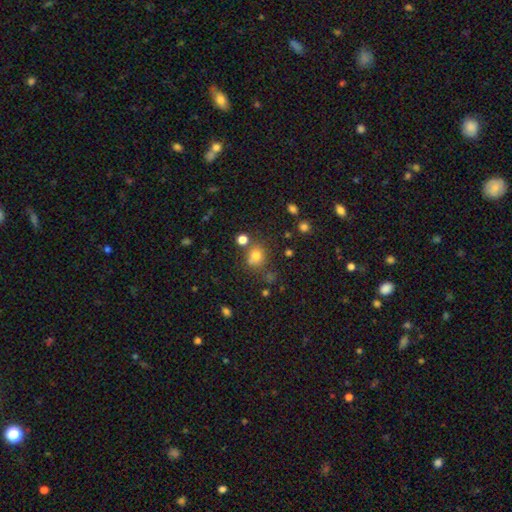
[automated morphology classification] smooth 74%, star or artifact 18%, featured or disk 8%. Down the decision tree: how rounded — round (77%); merging — none (64%).